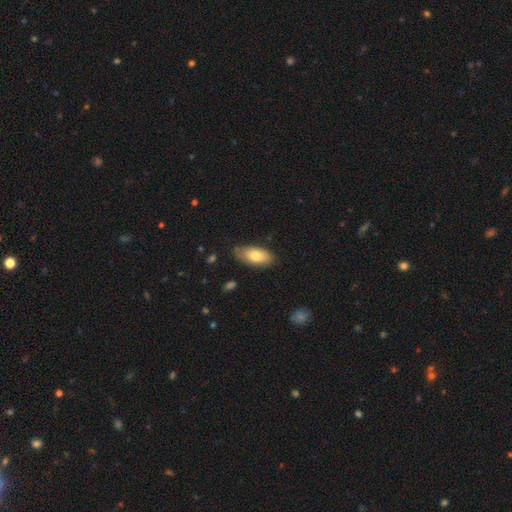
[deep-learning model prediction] smooth 77%, featured or disk 17%, star or artifact 6%. Down the decision tree: how rounded — in between (90%); merging — none (76%).